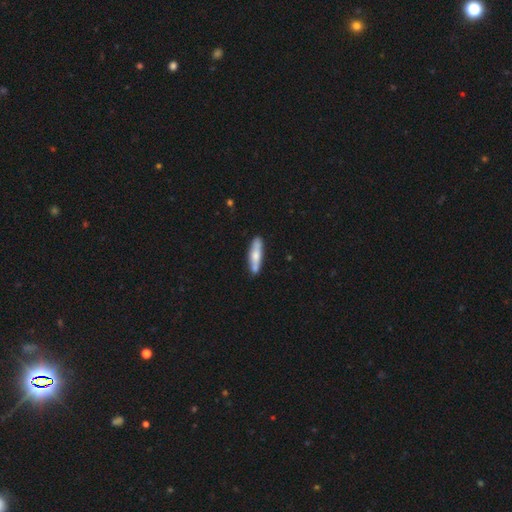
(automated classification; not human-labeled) The model was most divided on "smooth or featured": smooth: 58%, featured or disk: 37%, star or artifact: 5%. More confident: merging — none (79%); how rounded — cigar-shaped (76%).